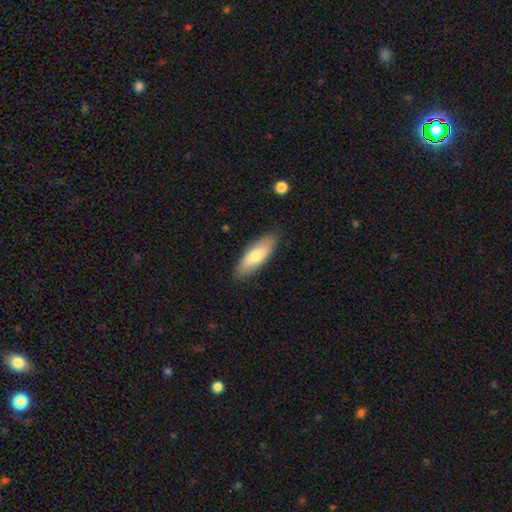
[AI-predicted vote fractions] Smooth or featured? Predicted: smooth (p=0.76). How rounded? Predicted: in between (p=0.61). Merging? Predicted: none (p=0.86).